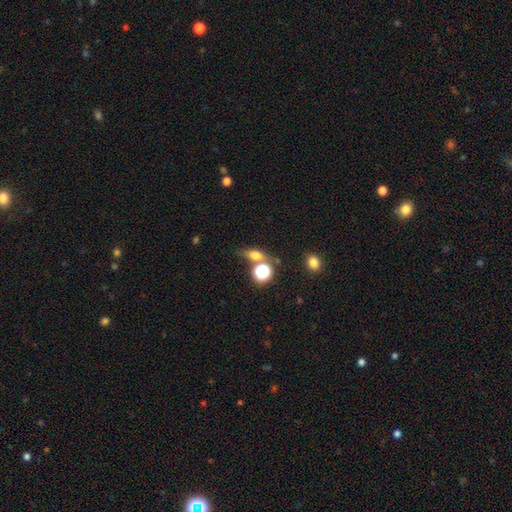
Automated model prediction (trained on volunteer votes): This appears to be a smooth galaxy with no disk features (60%) that is in between round and cigar-shaped (46%). Merging: none (59%).